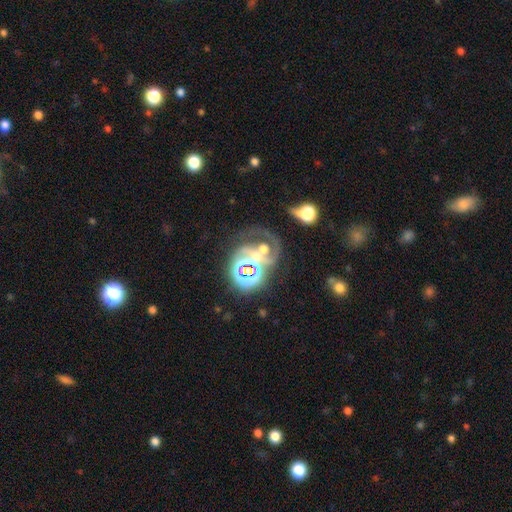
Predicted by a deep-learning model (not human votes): The model was most divided on "merging": merger: 38%, none: 27%, major disturbance: 24%, minor disturbance: 11%. Remaining: smooth or featured — featured or disk (48%).